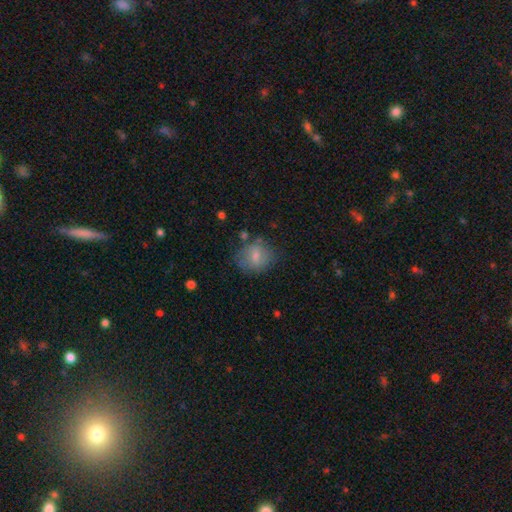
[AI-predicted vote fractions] This appears to be a smooth galaxy with no disk features (67%) that is round (57%). Merging: none (61%).